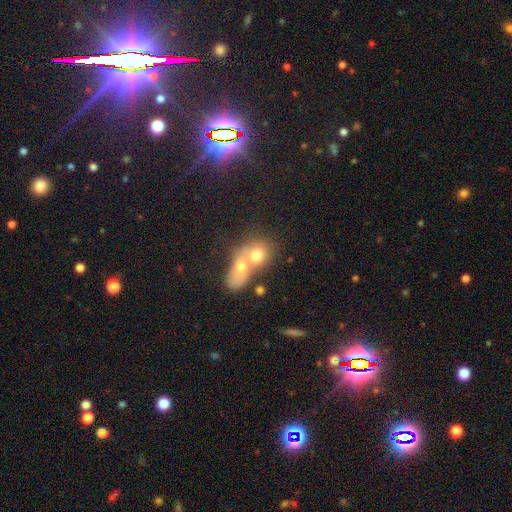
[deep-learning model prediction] Q: Smooth or featured?
A: smooth (43%); runner-up: star or artifact (35%)
Q: Merging?
A: merger (59%); runner-up: none (30%)